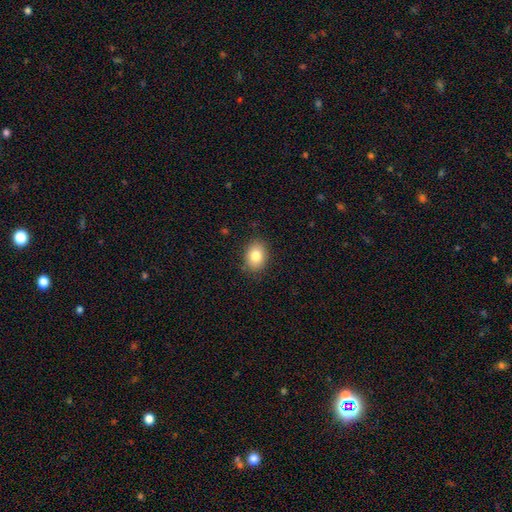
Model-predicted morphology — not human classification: type=smooth (81%); roundness=in between (67%); merging=none (86%).